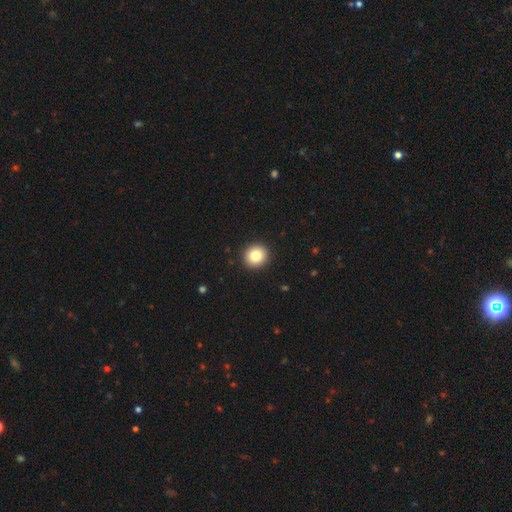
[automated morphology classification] Smooth or featured? Predicted: smooth (p=0.83). How rounded? Predicted: round (p=0.91). Merging? Predicted: none (p=0.93).